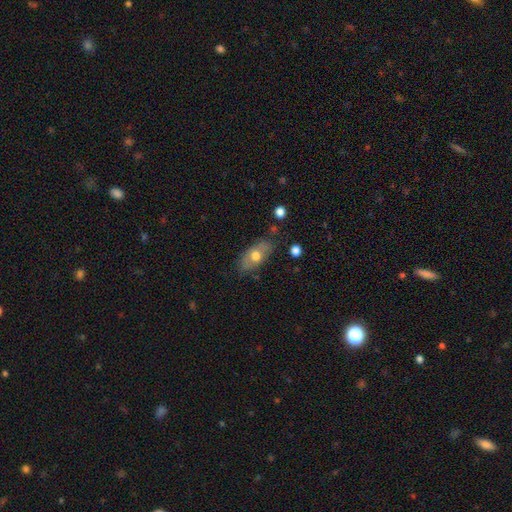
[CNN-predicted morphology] smooth_or_featured: smooth (p=0.60) [alt: featured or disk p=0.33]
how_rounded: in between (p=0.86) [alt: round p=0.08]
merging: none (p=0.74) [alt: minor disturbance p=0.19]